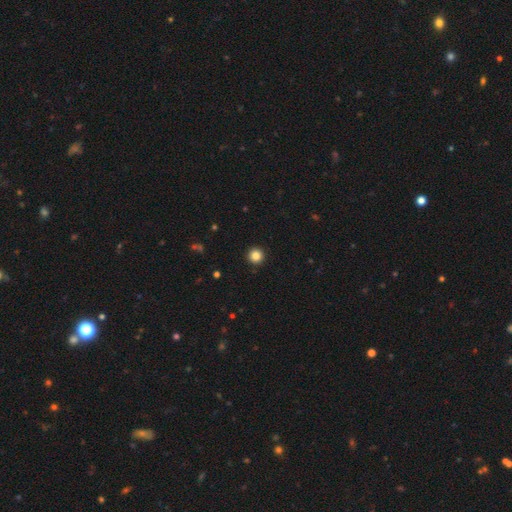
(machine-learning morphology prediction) Overall: smooth (84%). How rounded: round (96%). Merging: none (94%).